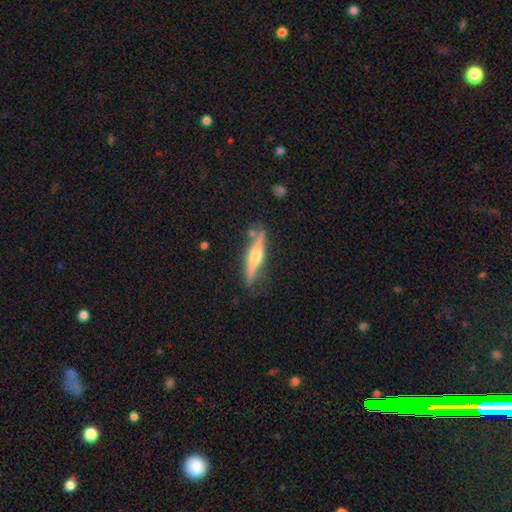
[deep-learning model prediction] The model was most divided on "smooth or featured": featured or disk: 63%, smooth: 31%, star or artifact: 6%. More confident: edge-on disk — yes (95%); edge-on bulge — rounded (88%); merging — none (77%).